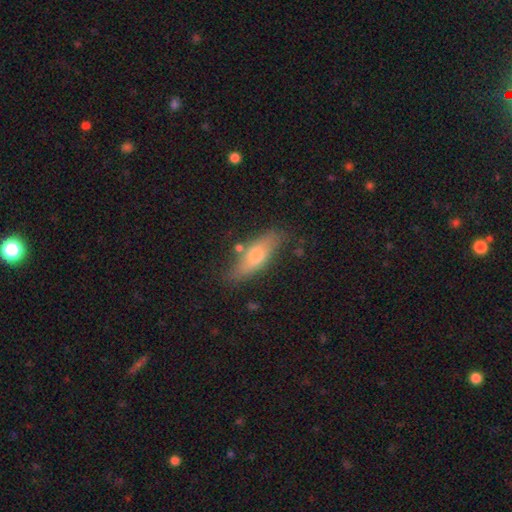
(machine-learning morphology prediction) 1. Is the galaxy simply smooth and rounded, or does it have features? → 57% smooth, 36% featured or disk, 7% star or artifact.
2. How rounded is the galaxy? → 51% in between, 46% cigar-shaped, 3% round.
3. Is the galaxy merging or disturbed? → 72% none, 19% minor disturbance, 5% major disturbance, 4% merger.